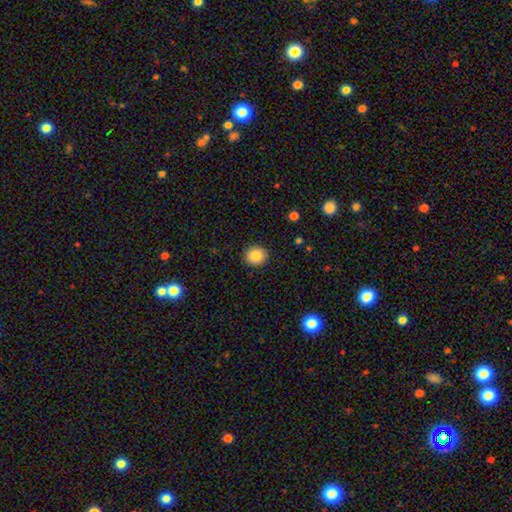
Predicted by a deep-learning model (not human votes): Smooth or featured? smooth (86%)
How rounded? round (88%)
Merging? none (92%)